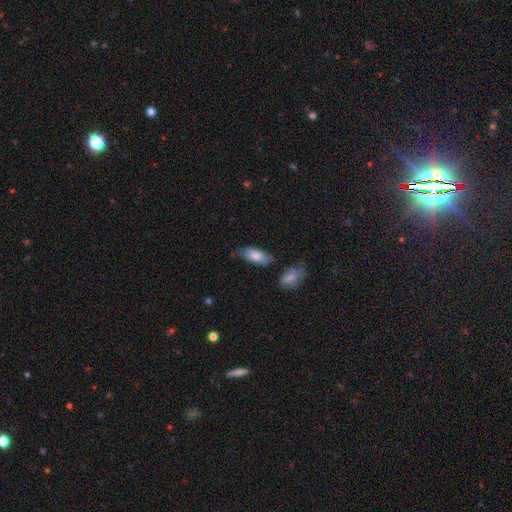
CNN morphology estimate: Smooth or featured?
  - smooth: 79% *
  - featured or disk: 14%
  - star or artifact: 6%
How rounded?
  - in between: 84% *
  - cigar-shaped: 14%
  - round: 2%
Merging?
  - none: 58% *
  - minor disturbance: 29%
  - major disturbance: 7%
  - merger: 6%